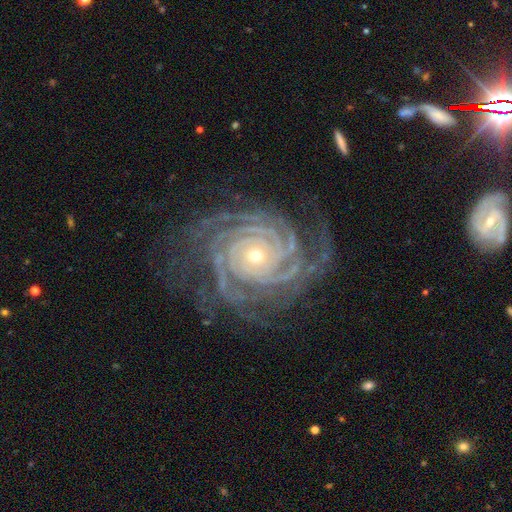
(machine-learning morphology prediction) featured or disk 94%, star or artifact 4%, smooth 2%. Down the decision tree: edge-on disk — no (98%); bar — no (76%); spiral arms — yes (99%); spiral arm count — 4 (28%); spiral winding — tight (86%); bulge size — small (69%); merging — none (76%).